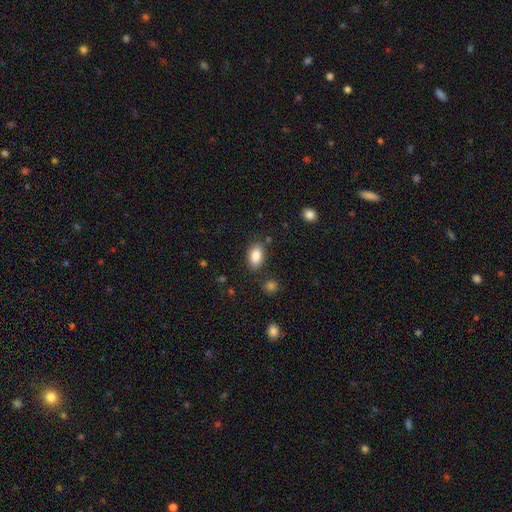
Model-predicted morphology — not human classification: smooth-or-featured: smooth: 86% | star or artifact: 8% | featured or disk: 7%
  how-rounded: in between: 90% | round: 8% | cigar-shaped: 2%
  merging: none: 81% | minor disturbance: 12% | merger: 4% | major disturbance: 3%